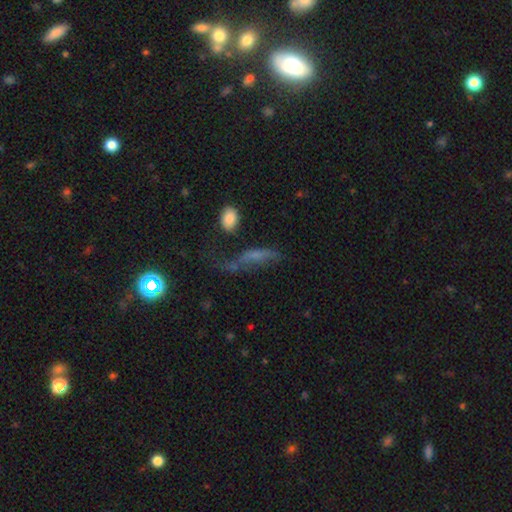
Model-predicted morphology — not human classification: type=smooth (49%); merging=none (35%).